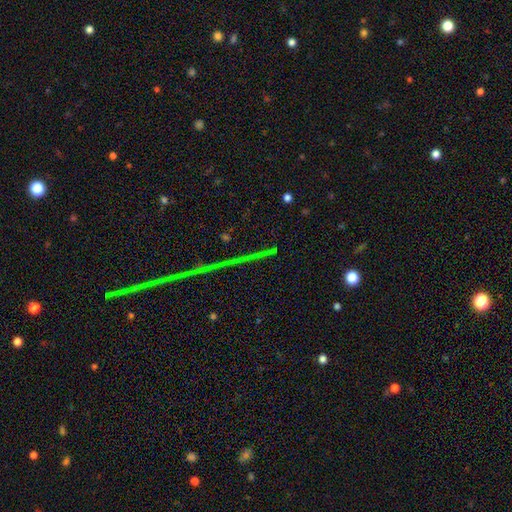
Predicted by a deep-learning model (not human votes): The model was most divided on "smooth or featured": star or artifact: 79%, featured or disk: 11%, smooth: 9%.